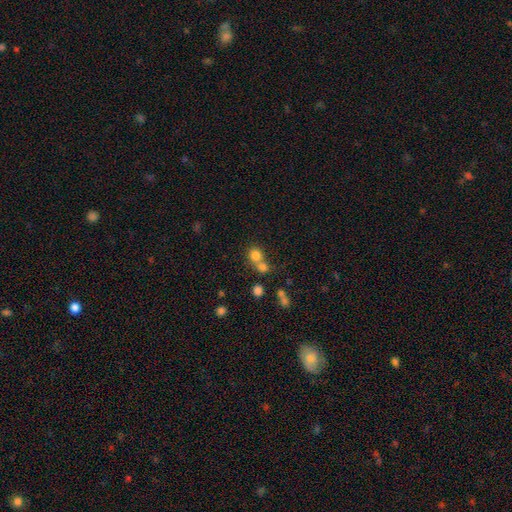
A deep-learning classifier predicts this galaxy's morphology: smooth-or-featured: smooth: 77% | star or artifact: 14% | featured or disk: 10%
  how-rounded: round: 84% | in between: 15% | cigar-shaped: 1%
  merging: merger: 51% | none: 40% | minor disturbance: 6% | major disturbance: 3%